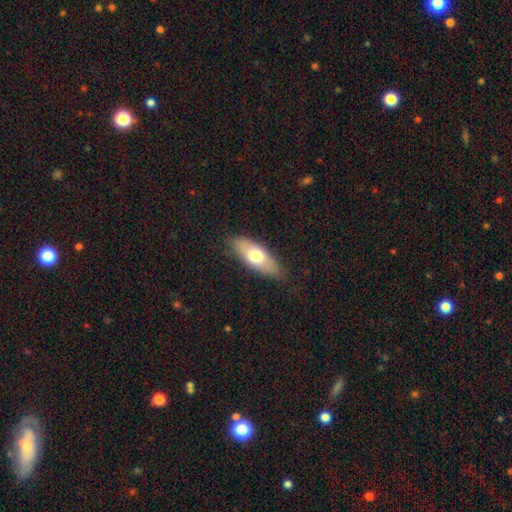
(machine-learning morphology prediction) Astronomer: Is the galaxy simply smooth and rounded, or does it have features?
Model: smooth — 66%.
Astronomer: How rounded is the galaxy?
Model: in between — 75%.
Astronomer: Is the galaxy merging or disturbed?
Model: none — 81%.